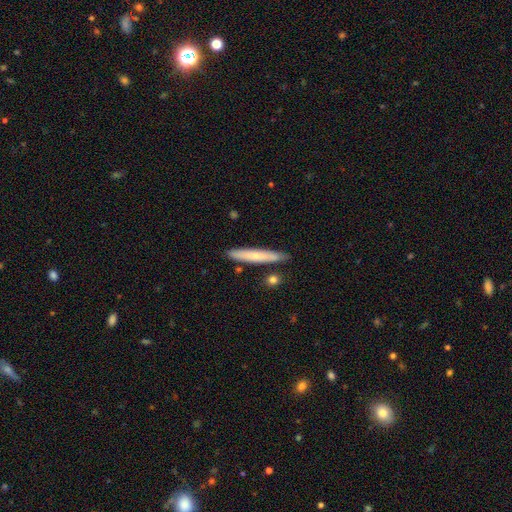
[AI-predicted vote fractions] Smooth or featured?
  - smooth: 64% *
  - featured or disk: 30%
  - star or artifact: 6%
How rounded?
  - cigar-shaped: 95% *
  - in between: 4%
  - round: 1%
Merging?
  - none: 85% *
  - minor disturbance: 10%
  - merger: 4%
  - major disturbance: 2%